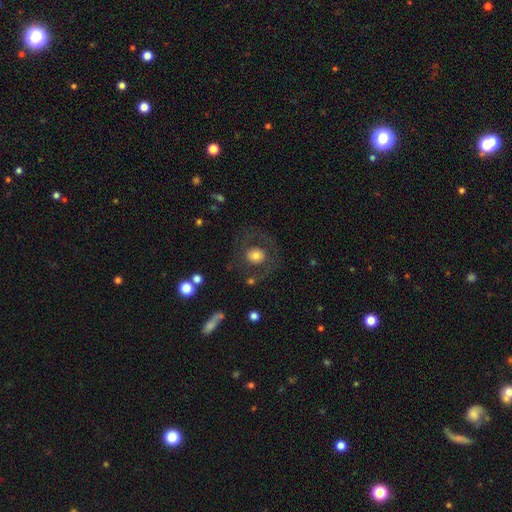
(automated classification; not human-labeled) The model was most divided on "smooth or featured": smooth: 55%, featured or disk: 37%, star or artifact: 9%. More confident: how rounded — round (83%); merging — none (69%).